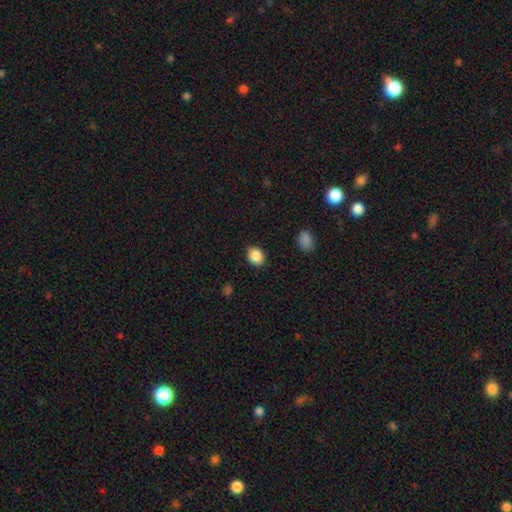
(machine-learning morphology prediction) Q: Smooth or featured?
A: smooth (88%); runner-up: star or artifact (8%)
Q: How rounded?
A: round (53%); runner-up: in between (46%)
Q: Merging?
A: none (89%); runner-up: minor disturbance (7%)